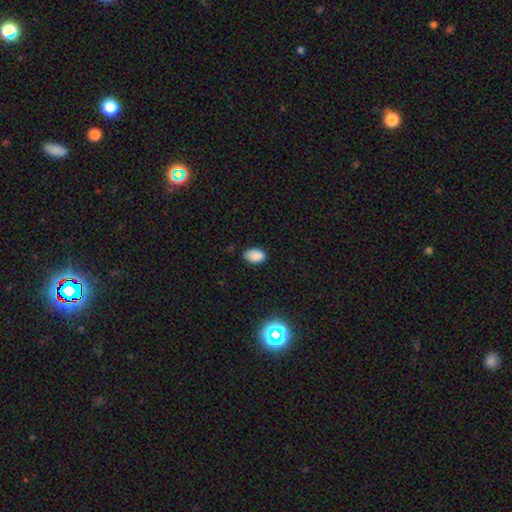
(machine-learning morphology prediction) smooth 86%, star or artifact 11%, featured or disk 3%. Down the decision tree: how rounded — in between (91%); merging — none (81%).